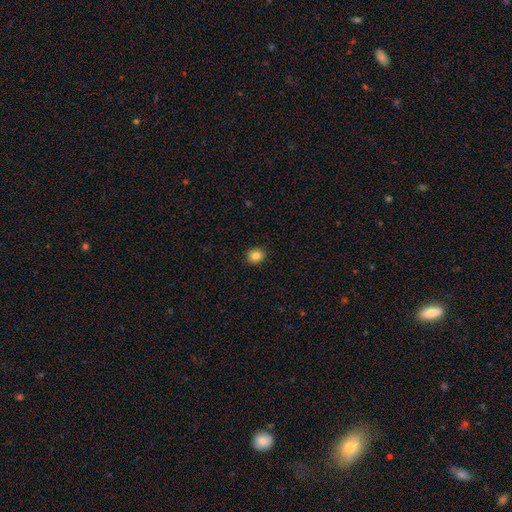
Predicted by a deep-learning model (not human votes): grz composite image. It shows a smooth galaxy with no disk features (84%) that is round (67%). Merging: none (91%).